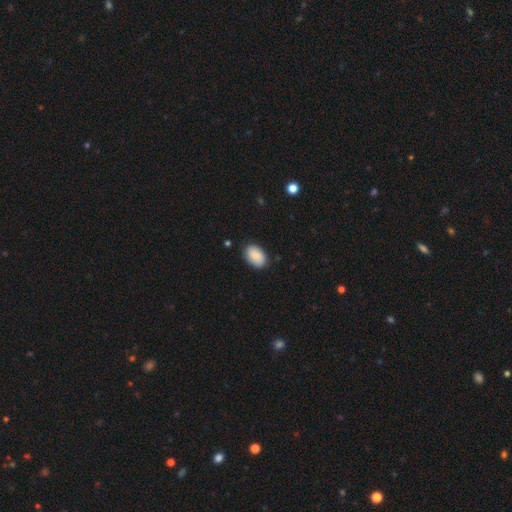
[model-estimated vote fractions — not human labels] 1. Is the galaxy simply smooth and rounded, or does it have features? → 84% smooth, 9% featured or disk, 7% star or artifact.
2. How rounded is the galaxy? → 88% in between, 11% round, 1% cigar-shaped.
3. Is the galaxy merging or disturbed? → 83% none, 13% minor disturbance, 2% major disturbance, 1% merger.